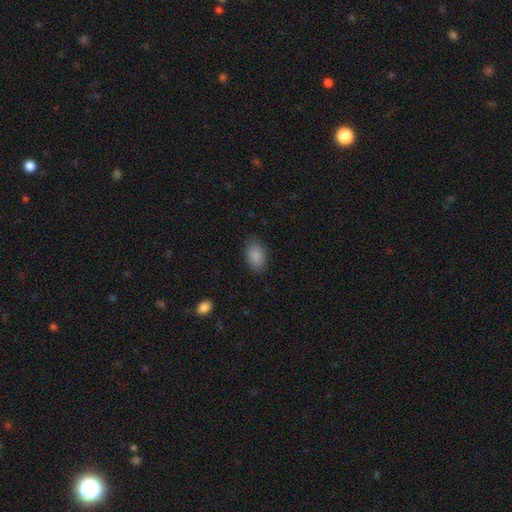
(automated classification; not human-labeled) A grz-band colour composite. It shows a smooth galaxy with no disk features (89%) that is in between round and cigar-shaped (89%). Merging: none (85%).